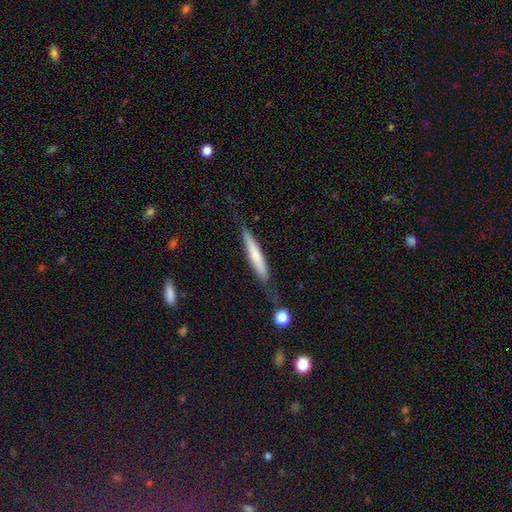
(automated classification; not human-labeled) Overall: smooth (64%; featured or disk 30%). How rounded: cigar-shaped (93%). Merging: none (71%).